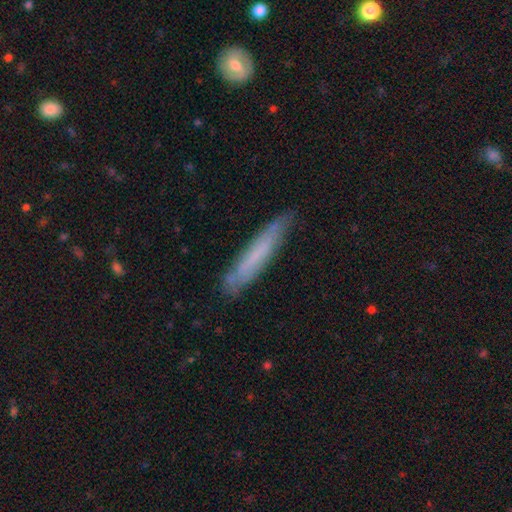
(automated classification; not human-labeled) Smooth or featured: smooth — 58% (featured or disk — 34%)
How rounded: cigar-shaped — 92% (in between — 6%)
Merging: none — 80% (minor disturbance — 16%)